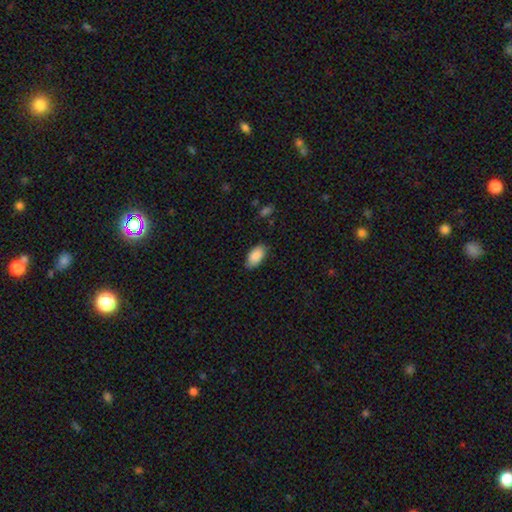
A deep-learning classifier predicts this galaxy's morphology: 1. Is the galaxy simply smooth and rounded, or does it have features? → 89% smooth, 6% star or artifact, 4% featured or disk.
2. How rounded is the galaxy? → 94% in between, 3% cigar-shaped, 3% round.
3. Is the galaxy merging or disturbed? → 83% none, 13% minor disturbance, 3% major disturbance, 1% merger.